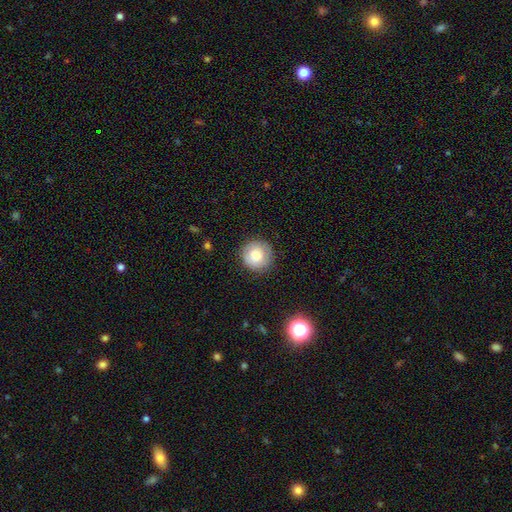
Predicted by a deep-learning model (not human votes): Q: Smooth or featured?
A: smooth (79%); runner-up: featured or disk (13%)
Q: How rounded?
A: round (95%); runner-up: in between (4%)
Q: Merging?
A: none (85%); runner-up: minor disturbance (10%)